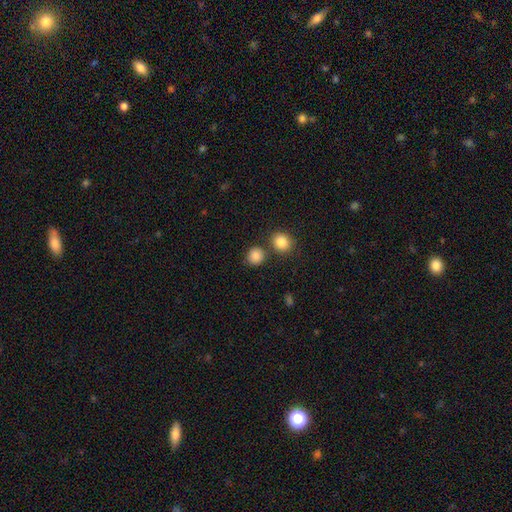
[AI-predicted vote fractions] A smooth galaxy with no disk features (86%) that is round (86%).

Vote fractions:
- Smooth or featured? smooth: 86% / star or artifact: 10% / featured or disk: 4%
- How rounded? round: 86% / in between: 13% / cigar-shaped: 1%
- Merging? none: 76% / merger: 12% / minor disturbance: 9% / major disturbance: 3%